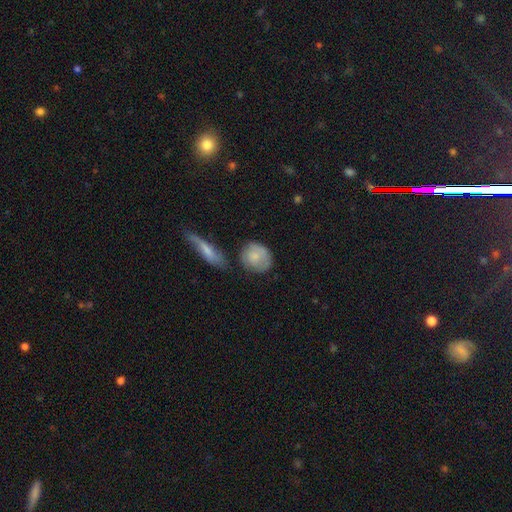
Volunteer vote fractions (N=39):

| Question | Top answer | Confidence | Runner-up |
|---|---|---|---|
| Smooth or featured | smooth | 77% | featured or disk (21%) |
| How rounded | round | 80% | in between (20%) |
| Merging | none | 66% | minor disturbance (16%) |